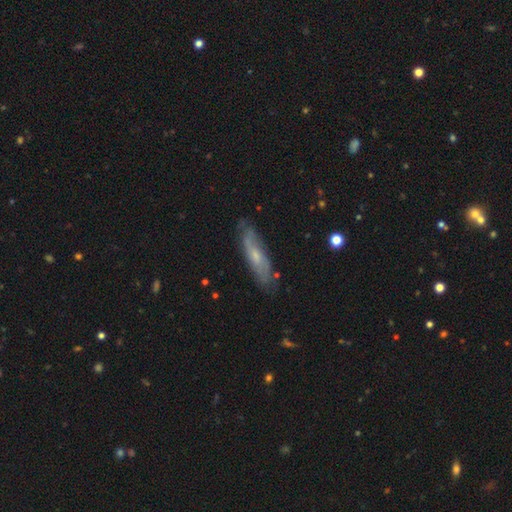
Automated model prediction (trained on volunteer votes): A featured or disk galaxy (55%).

Vote fractions:
- Smooth or featured? featured or disk: 55% / smooth: 38% / star or artifact: 7%
- Edge-on disk? no: 62% / yes: 38%
- Merging? none: 76% / minor disturbance: 18% / major disturbance: 4% / merger: 2%